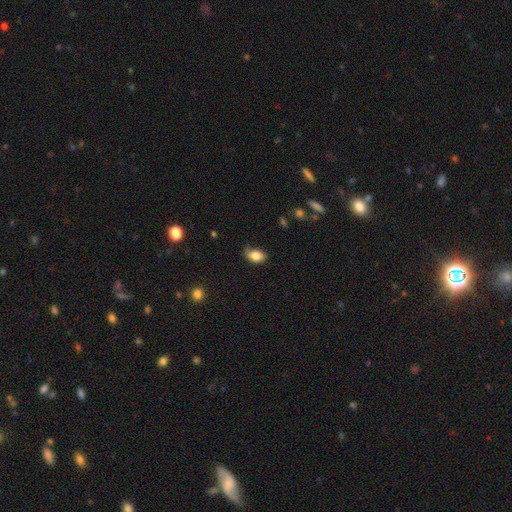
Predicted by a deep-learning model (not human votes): Smooth or featured? smooth (80%)
How rounded? in between (81%)
Merging? none (50%)